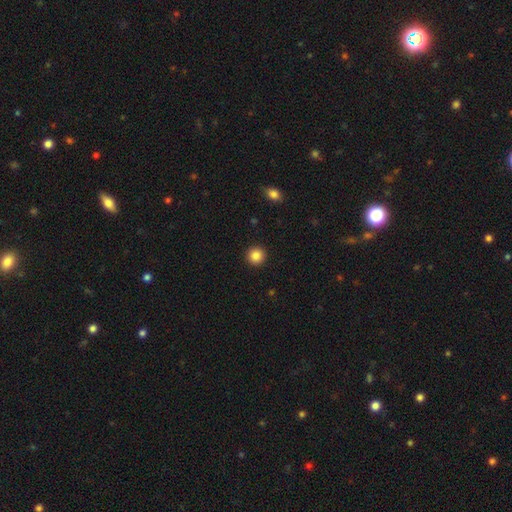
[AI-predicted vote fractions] smooth_or_featured: smooth (p=0.86) [alt: star or artifact p=0.10]
how_rounded: round (p=0.95) [alt: in between p=0.04]
merging: none (p=0.93) [alt: minor disturbance p=0.04]